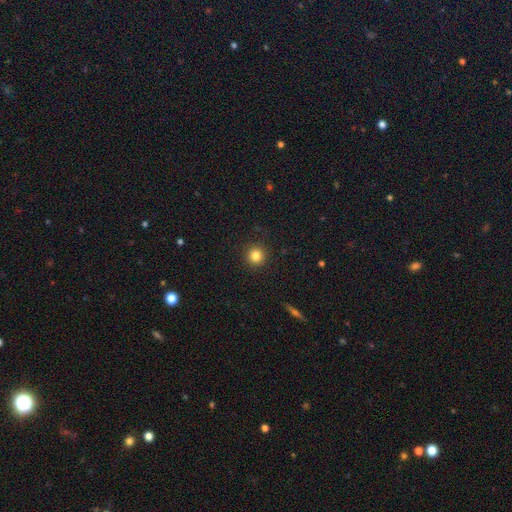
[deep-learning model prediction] A smooth galaxy with no disk features (83%) that is round (95%). Merging: none (92%).